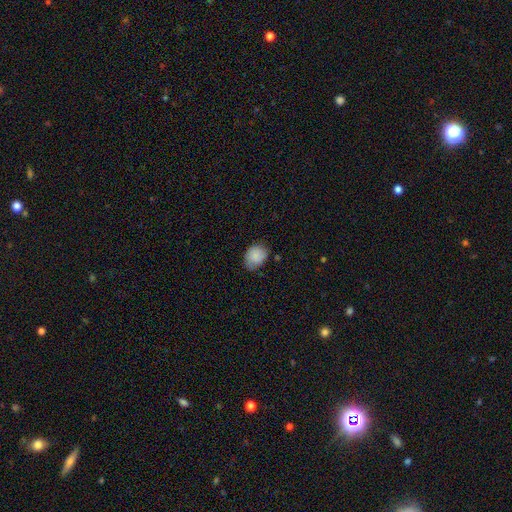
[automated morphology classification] type=smooth (85%); roundness=in between (52%); merging=none (63%).